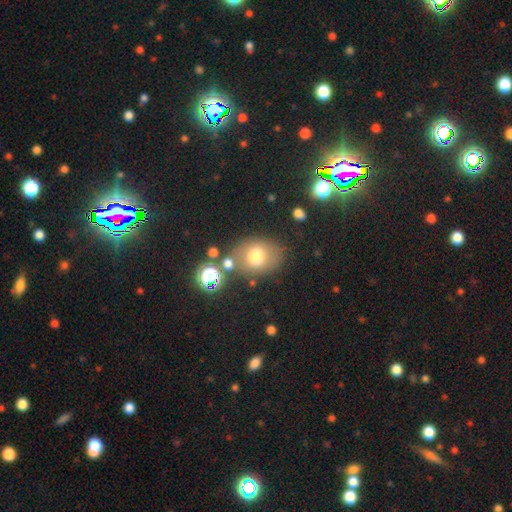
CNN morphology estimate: type=smooth (70%); roundness=in between (56%); merging=none (69%).